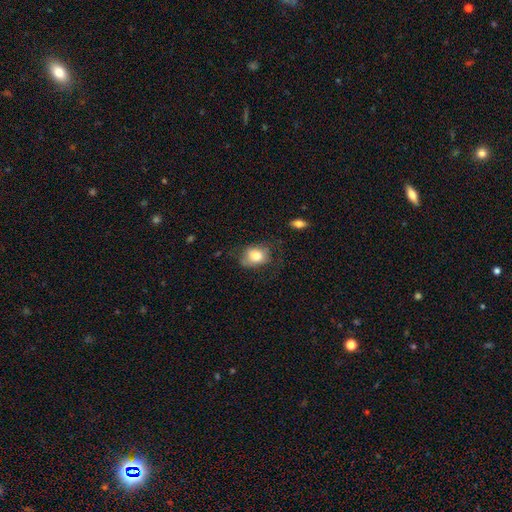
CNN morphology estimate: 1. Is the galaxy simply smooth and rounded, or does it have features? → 78% smooth, 14% featured or disk, 8% star or artifact.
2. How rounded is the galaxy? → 61% in between, 38% round, 1% cigar-shaped.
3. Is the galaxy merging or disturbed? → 56% none, 28% minor disturbance, 14% major disturbance, 2% merger.